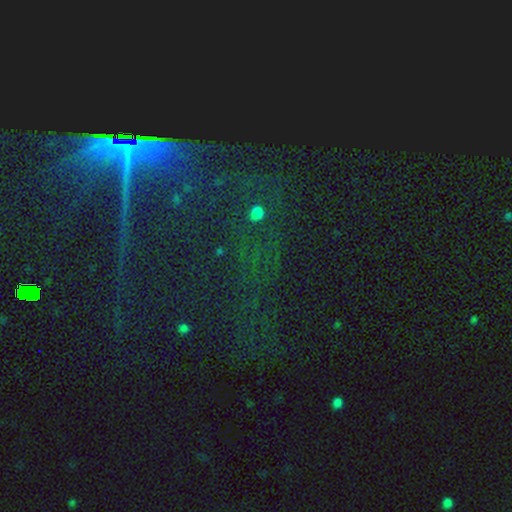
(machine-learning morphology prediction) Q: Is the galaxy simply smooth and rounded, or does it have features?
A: star or artifact — 81%.